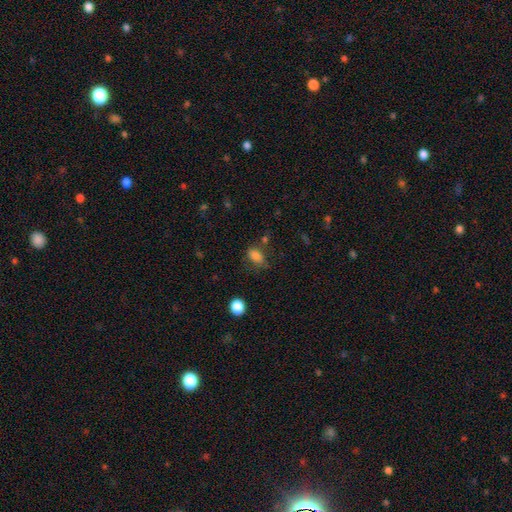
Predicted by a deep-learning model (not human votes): Smooth or featured? smooth (83%)
How rounded? in between (82%)
Merging? none (60%)